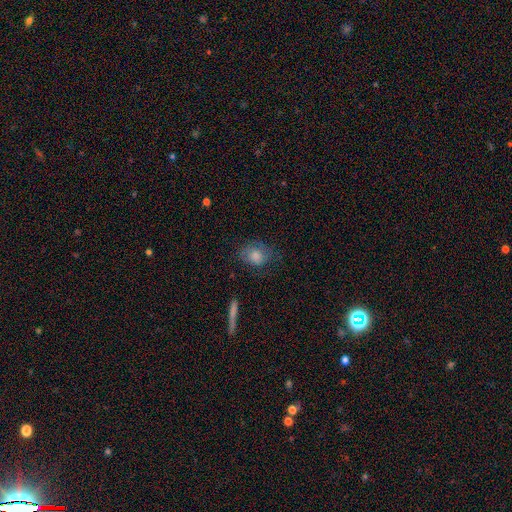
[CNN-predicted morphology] Smooth or featured? Predicted: smooth (p=0.78). How rounded? Predicted: in between (p=0.56). Merging? Predicted: none (p=0.62).